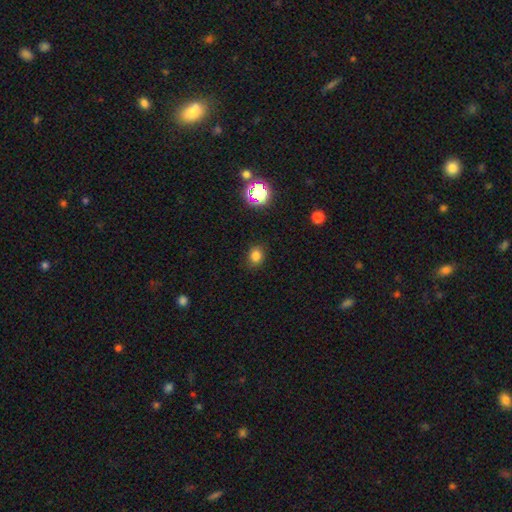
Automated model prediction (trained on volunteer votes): Smooth or featured: smooth — 79% (star or artifact — 16%)
How rounded: round — 62% (in between — 37%)
Merging: none — 86% (minor disturbance — 10%)